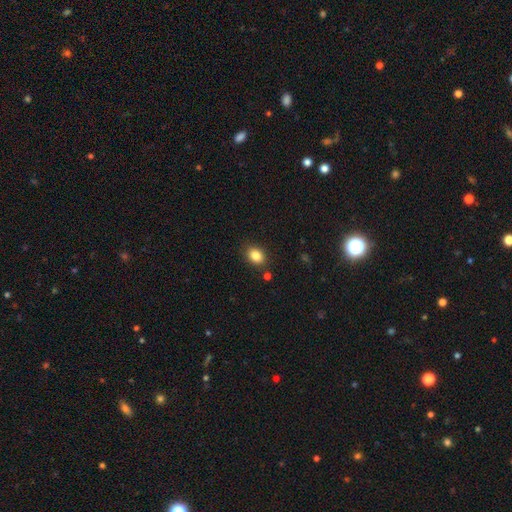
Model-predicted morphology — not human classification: Q: Smooth or featured?
A: smooth (85%); runner-up: star or artifact (10%)
Q: How rounded?
A: in between (64%); runner-up: round (35%)
Q: Merging?
A: none (84%); runner-up: minor disturbance (10%)